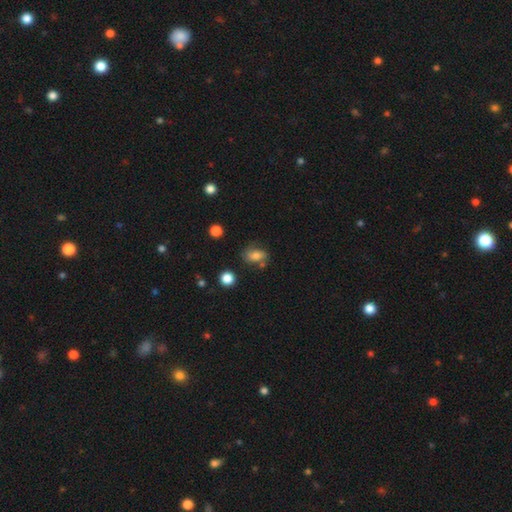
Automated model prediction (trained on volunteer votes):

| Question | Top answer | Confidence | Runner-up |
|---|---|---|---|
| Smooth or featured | smooth | 64% | featured or disk (23%) |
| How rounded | in between | 73% | round (24%) |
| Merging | none | 62% | minor disturbance (22%) |